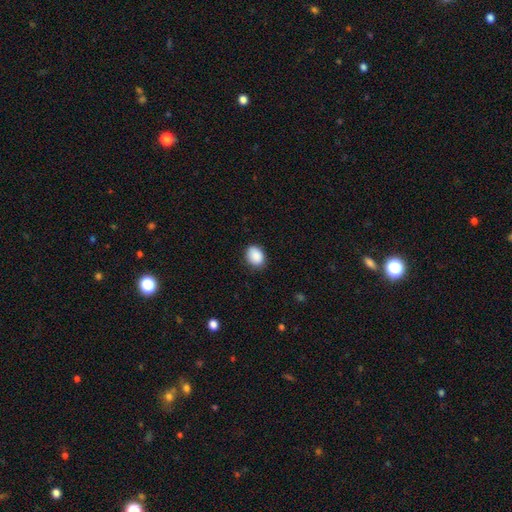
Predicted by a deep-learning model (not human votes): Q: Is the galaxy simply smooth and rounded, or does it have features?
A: smooth — 89%.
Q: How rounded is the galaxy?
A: in between — 63%.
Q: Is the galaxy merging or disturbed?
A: none — 83%.